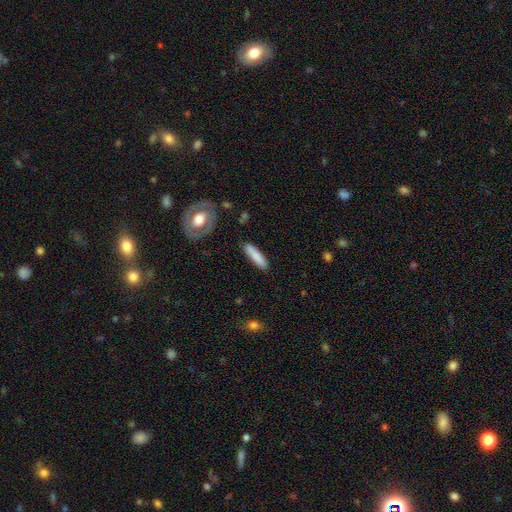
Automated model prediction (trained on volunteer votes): A smooth galaxy with no disk features (83%) that is cigar-shaped (77%). Merging: none (86%).